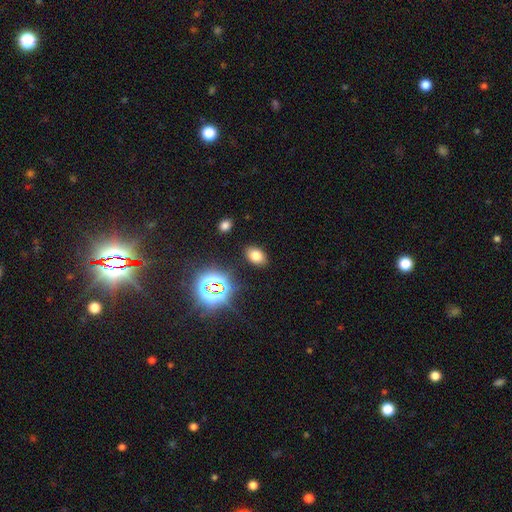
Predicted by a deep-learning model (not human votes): smooth_or_featured: smooth (p=0.71) [alt: star or artifact p=0.20]
how_rounded: in between (p=0.83) [alt: round p=0.15]
merging: none (p=0.86) [alt: minor disturbance p=0.09]